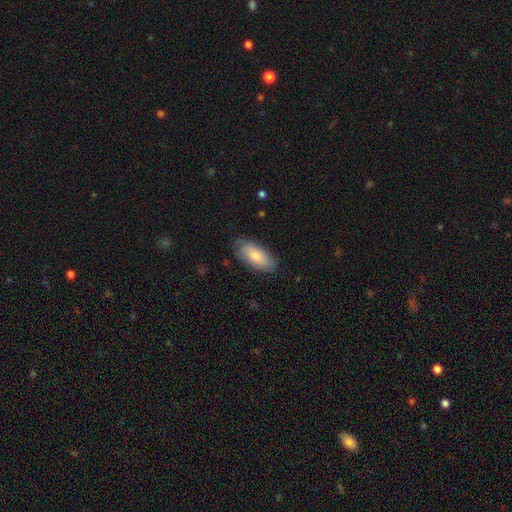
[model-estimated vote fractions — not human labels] Smooth or featured?
  - smooth: 79% *
  - featured or disk: 16%
  - star or artifact: 6%
How rounded?
  - in between: 89% *
  - cigar-shaped: 9%
  - round: 2%
Merging?
  - none: 80% *
  - minor disturbance: 16%
  - major disturbance: 3%
  - merger: 1%